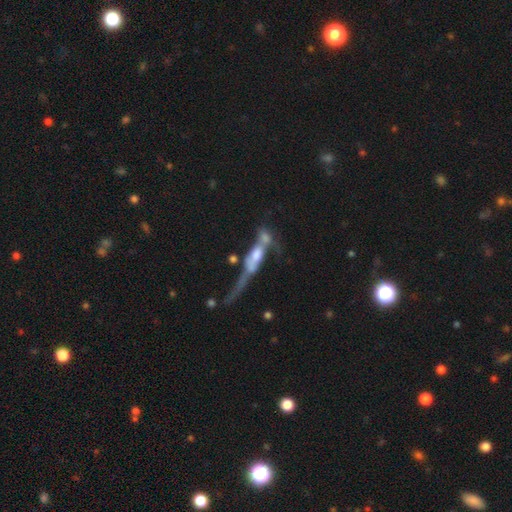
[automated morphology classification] This is possibly a featured or disk galaxy (58%). It is possibly not viewed edge-on (56%). Merging: possibly merger (49%).